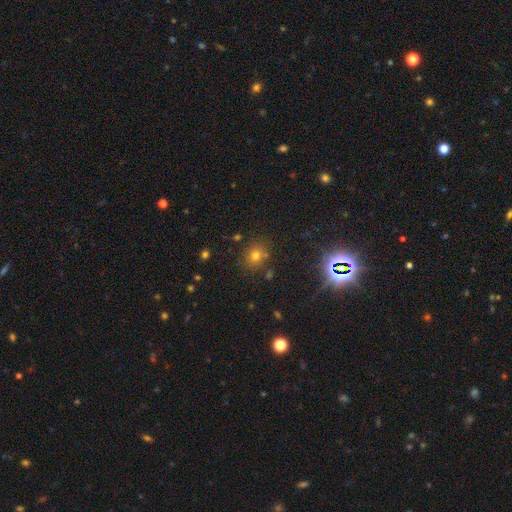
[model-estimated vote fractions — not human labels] Smooth or featured?
  - smooth: 65% *
  - star or artifact: 25%
  - featured or disk: 10%
How rounded?
  - round: 70% *
  - in between: 29%
  - cigar-shaped: 1%
Merging?
  - none: 80% *
  - minor disturbance: 11%
  - merger: 5%
  - major disturbance: 4%